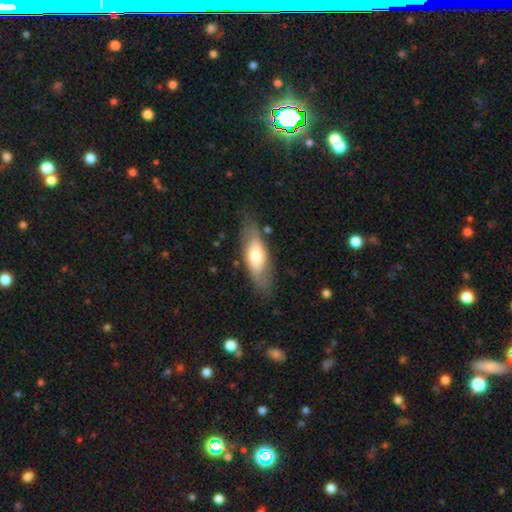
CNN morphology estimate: Smooth or featured?
  - smooth: 55% *
  - featured or disk: 39%
  - star or artifact: 6%
How rounded?
  - in between: 68% *
  - cigar-shaped: 29%
  - round: 3%
Merging?
  - none: 74% *
  - minor disturbance: 18%
  - major disturbance: 6%
  - merger: 2%